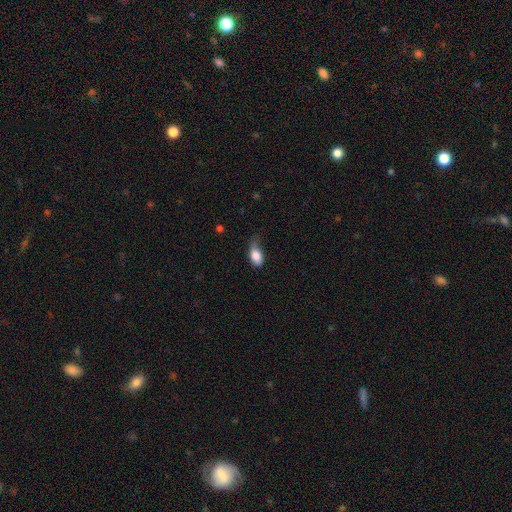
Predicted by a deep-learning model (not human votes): A smooth galaxy with no disk features (83%) that is in between round and cigar-shaped (89%). Merging: minor disturbance (44%).